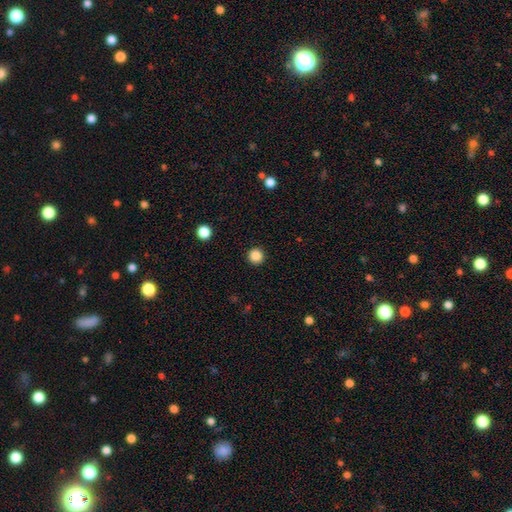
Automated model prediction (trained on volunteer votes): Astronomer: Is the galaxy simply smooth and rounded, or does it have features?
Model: smooth — 86%.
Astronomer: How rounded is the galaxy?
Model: round — 96%.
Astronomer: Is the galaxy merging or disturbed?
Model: none — 93%.